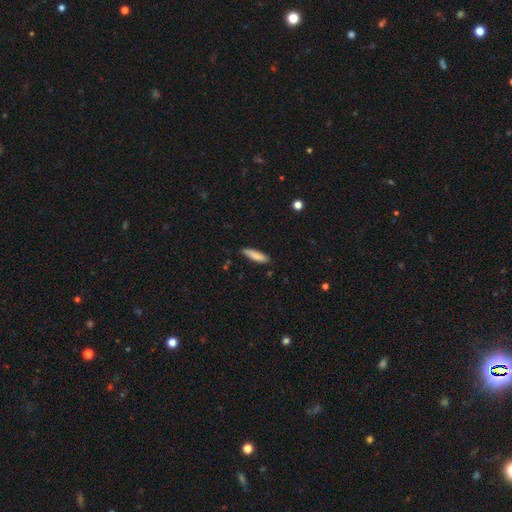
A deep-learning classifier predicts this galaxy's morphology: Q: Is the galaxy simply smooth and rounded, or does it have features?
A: smooth — 85%.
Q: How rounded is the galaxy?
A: cigar-shaped — 67%.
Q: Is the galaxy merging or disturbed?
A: none — 78%.